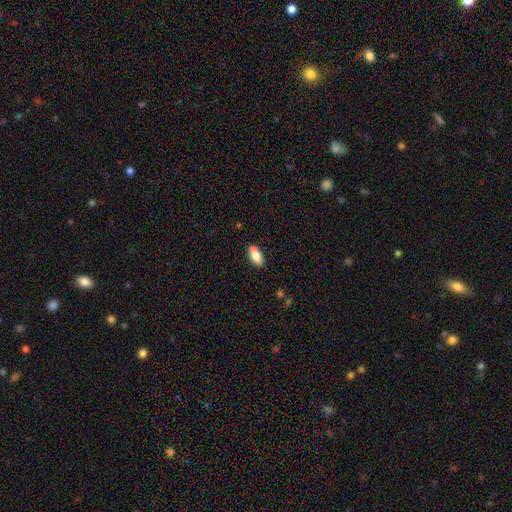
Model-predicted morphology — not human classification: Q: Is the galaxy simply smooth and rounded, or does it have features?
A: smooth — 76%.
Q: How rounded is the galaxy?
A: in between — 85%.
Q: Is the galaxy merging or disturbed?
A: none — 80%.